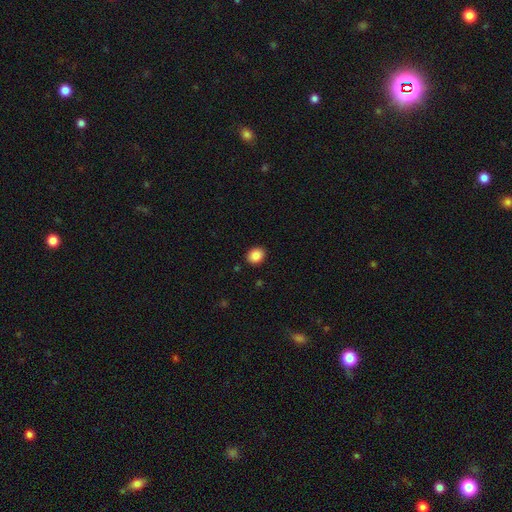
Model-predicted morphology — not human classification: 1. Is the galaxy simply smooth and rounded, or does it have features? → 88% smooth, 9% star or artifact, 4% featured or disk.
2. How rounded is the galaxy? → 60% round, 39% in between, 1% cigar-shaped.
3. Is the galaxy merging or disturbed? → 90% none, 7% minor disturbance, 2% major disturbance, 1% merger.